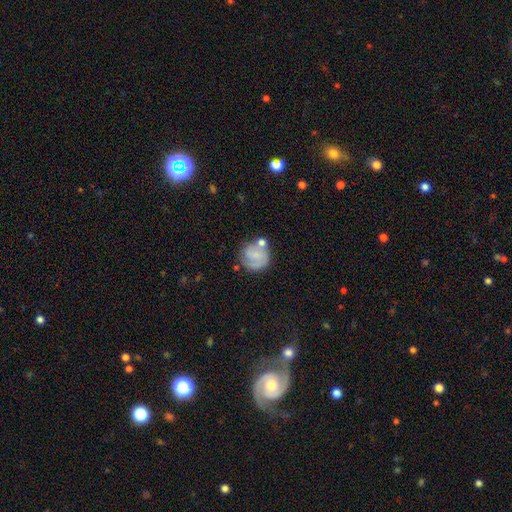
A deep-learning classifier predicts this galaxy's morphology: A smooth galaxy with no disk features (50%) that is round (85%).

Vote fractions:
- Smooth or featured? smooth: 50% / featured or disk: 42% / star or artifact: 8%
- How rounded? round: 85% / in between: 14% / cigar-shaped: 1%
- Merging? none: 55% / minor disturbance: 19% / merger: 16% / major disturbance: 10%